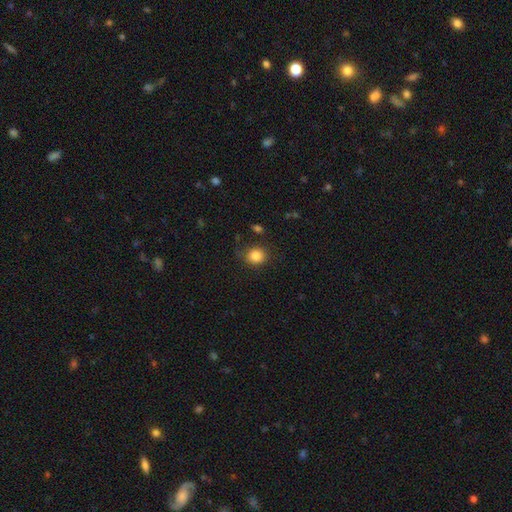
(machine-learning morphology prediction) Overall: smooth (84%). How rounded: round (82%). Merging: none (77%).